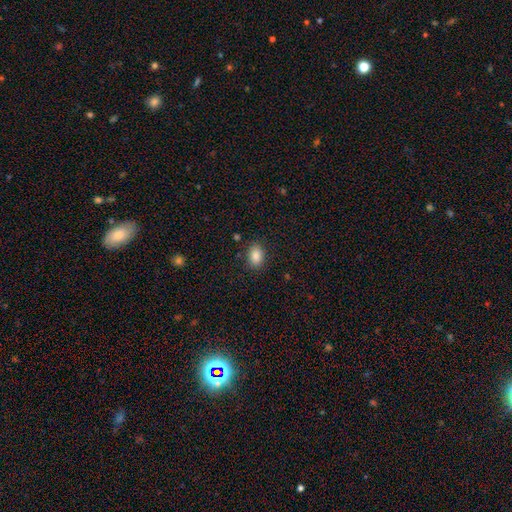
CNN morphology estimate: type=smooth (87%); roundness=in between (82%); merging=none (85%).